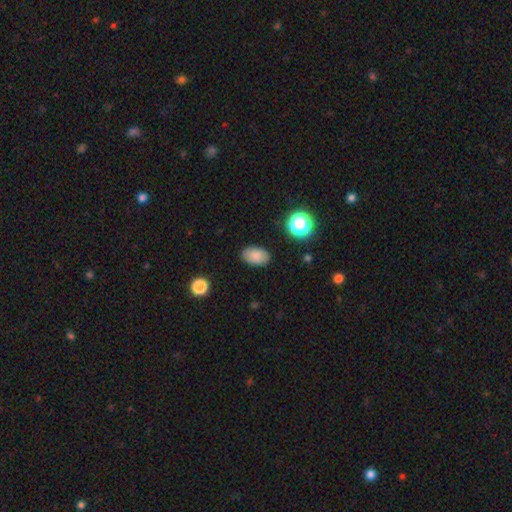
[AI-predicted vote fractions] Q: Smooth or featured?
A: smooth (84%); runner-up: star or artifact (10%)
Q: How rounded?
A: in between (91%); runner-up: round (8%)
Q: Merging?
A: none (86%); runner-up: minor disturbance (10%)